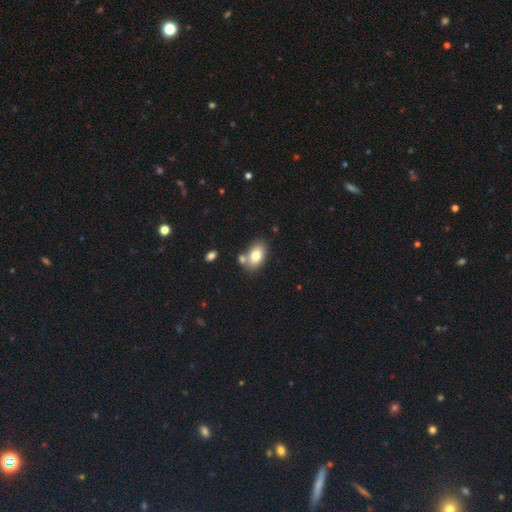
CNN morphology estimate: Overall: smooth (79%). How rounded: in between (87%). Merging: none (63%).